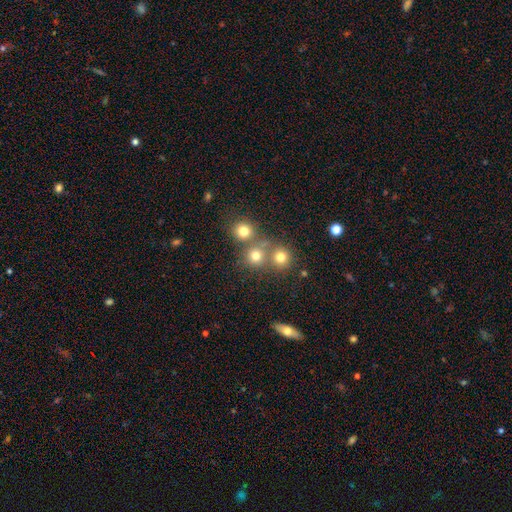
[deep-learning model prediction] Q: Smooth or featured?
A: smooth (76%); runner-up: star or artifact (16%)
Q: How rounded?
A: round (87%); runner-up: in between (12%)
Q: Merging?
A: none (61%); runner-up: merger (28%)